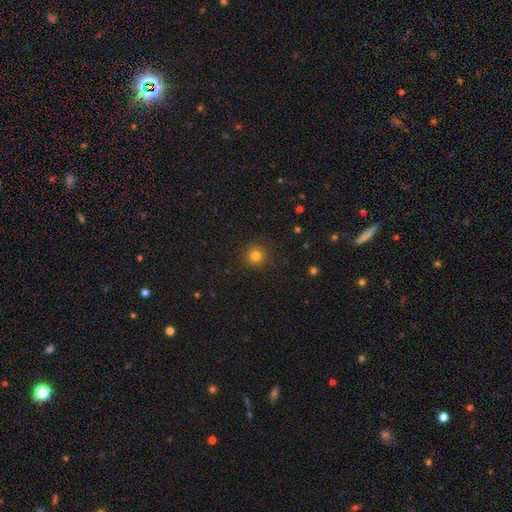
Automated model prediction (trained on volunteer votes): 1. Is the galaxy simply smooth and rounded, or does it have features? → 81% smooth, 14% star or artifact, 5% featured or disk.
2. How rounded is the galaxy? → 95% round, 4% in between, 1% cigar-shaped.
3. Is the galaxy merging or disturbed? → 91% none, 5% minor disturbance, 2% major disturbance, 1% merger.